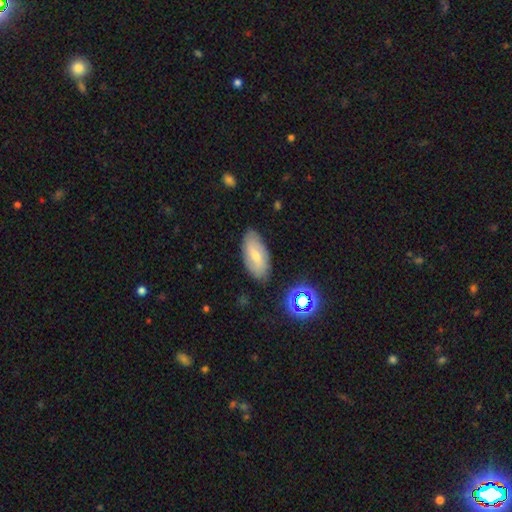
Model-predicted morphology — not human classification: This is possibly a smooth galaxy (54%). How rounded: clearly in between (88%). Merging: clearly none (81%).